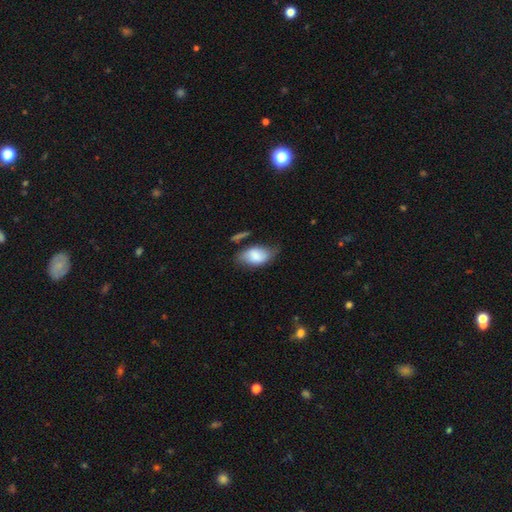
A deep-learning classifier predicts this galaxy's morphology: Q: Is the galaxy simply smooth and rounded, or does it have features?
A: smooth — 75%.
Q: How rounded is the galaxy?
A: in between — 92%.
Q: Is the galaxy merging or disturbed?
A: none — 52%.